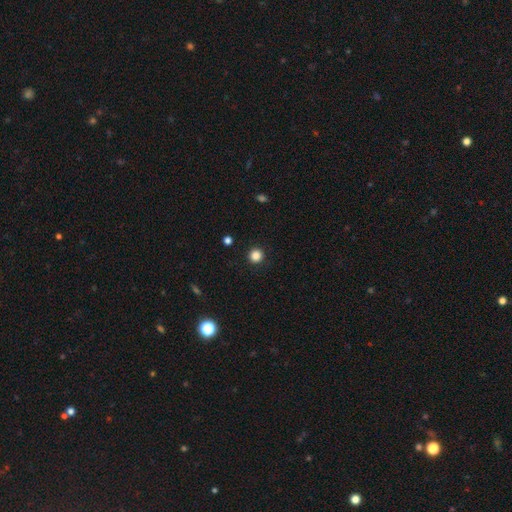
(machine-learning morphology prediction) type=smooth (85%); roundness=round (94%); merging=none (92%).